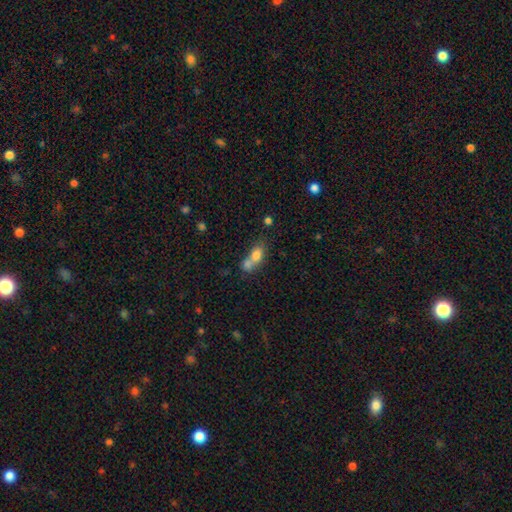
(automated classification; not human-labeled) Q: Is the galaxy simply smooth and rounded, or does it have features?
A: smooth — 72%.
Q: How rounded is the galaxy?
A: in between — 64%.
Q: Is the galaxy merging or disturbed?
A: merger — 64%.